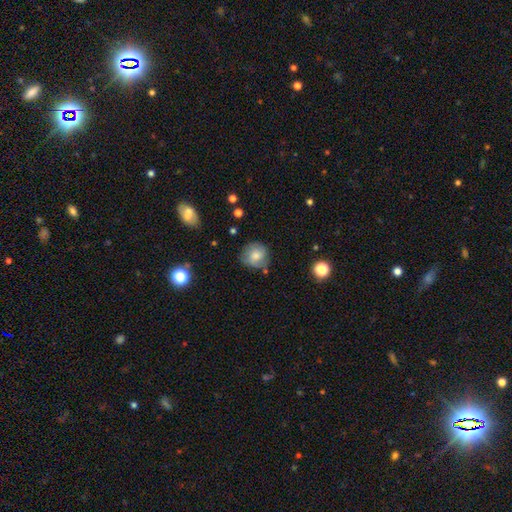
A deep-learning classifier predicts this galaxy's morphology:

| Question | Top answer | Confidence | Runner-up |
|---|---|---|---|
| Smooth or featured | smooth | 72% | featured or disk (19%) |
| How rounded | round | 84% | in between (15%) |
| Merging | none | 70% | minor disturbance (22%) |